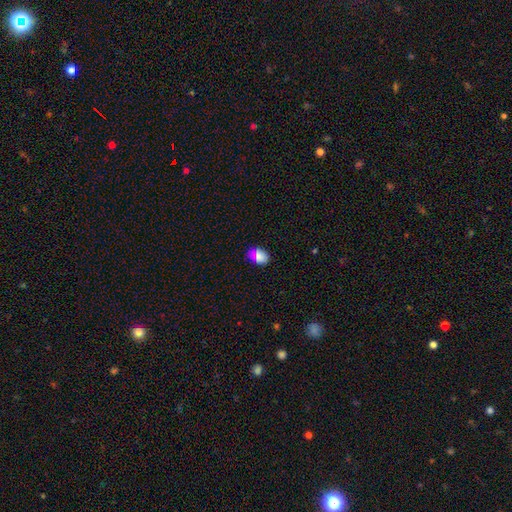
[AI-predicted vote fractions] Smooth or featured?
  - smooth: 76% *
  - star or artifact: 17%
  - featured or disk: 7%
How rounded?
  - in between: 80% *
  - round: 19%
  - cigar-shaped: 2%
Merging?
  - none: 78% *
  - minor disturbance: 16%
  - major disturbance: 3%
  - merger: 2%